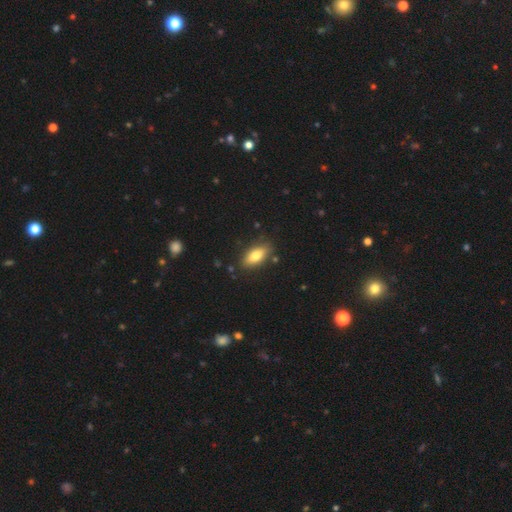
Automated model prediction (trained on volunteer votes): This is likely a smooth galaxy (78%). How rounded: clearly in between (86%). Merging: clearly none (83%).